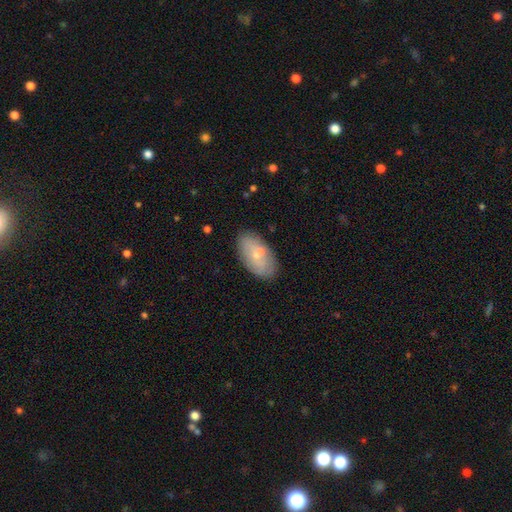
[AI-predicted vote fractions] Q: Smooth or featured?
A: smooth (57%); runner-up: featured or disk (35%)
Q: How rounded?
A: in between (93%); runner-up: round (4%)
Q: Merging?
A: none (77%); runner-up: minor disturbance (14%)